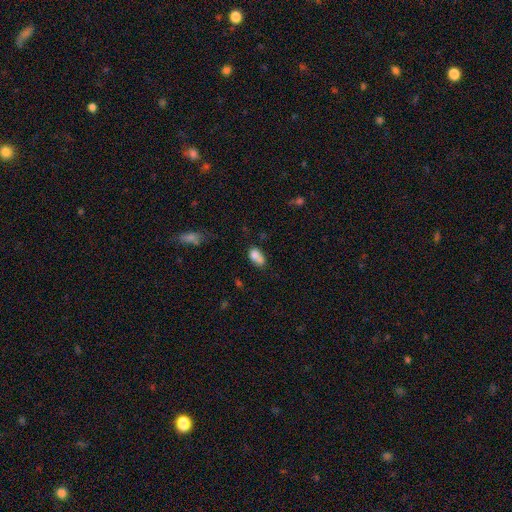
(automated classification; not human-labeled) Smooth or featured? smooth (73%)
How rounded? in between (72%)
Merging? merger (49%)